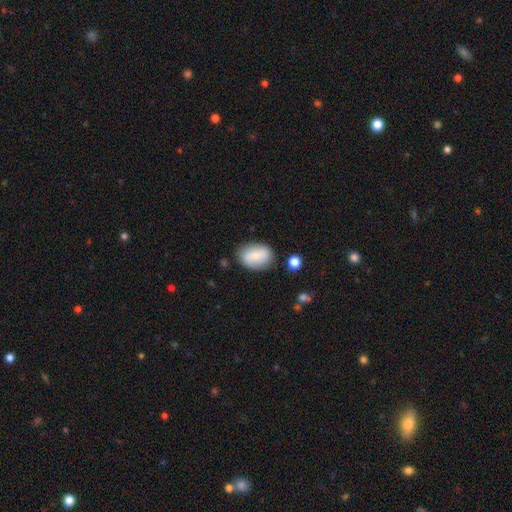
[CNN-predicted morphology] A smooth galaxy with no disk features (71%) that is in between round and cigar-shaped (78%).

Vote fractions:
- Smooth or featured? smooth: 71% / featured or disk: 22% / star or artifact: 7%
- How rounded? in between: 78% / round: 20% / cigar-shaped: 2%
- Merging? none: 78% / minor disturbance: 15% / major disturbance: 4% / merger: 3%